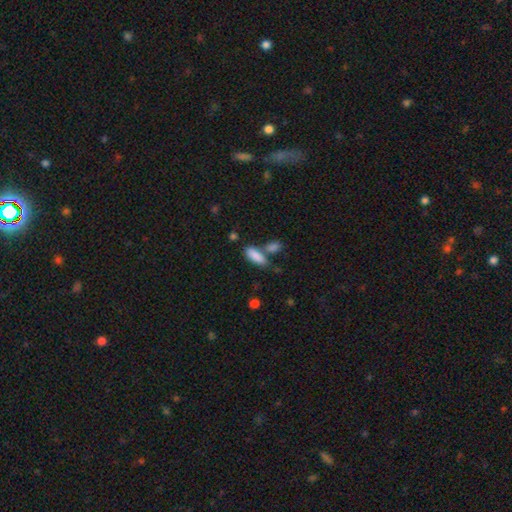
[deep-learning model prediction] Smooth or featured? smooth (86%)
How rounded? in between (71%)
Merging? none (55%)